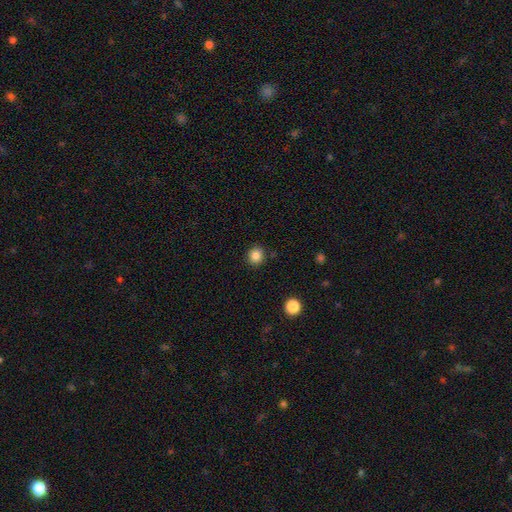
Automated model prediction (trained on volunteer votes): The model was most divided on "smooth or featured": smooth: 85%, star or artifact: 11%, featured or disk: 4%. More confident: merging — none (89%); how rounded — round (87%).